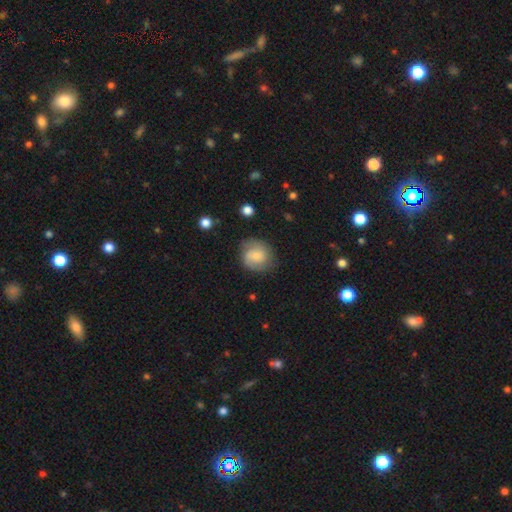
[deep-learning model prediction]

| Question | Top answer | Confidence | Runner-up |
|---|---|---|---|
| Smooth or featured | smooth | 49% | featured or disk (44%) |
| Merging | none | 73% | minor disturbance (18%) |